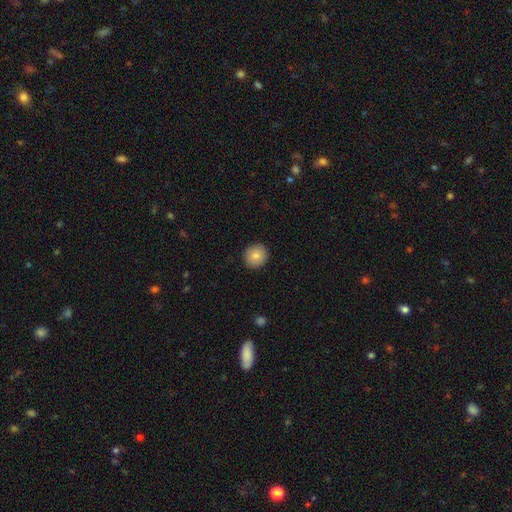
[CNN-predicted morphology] Overall: smooth (83%). How rounded: round (90%). Merging: none (91%).